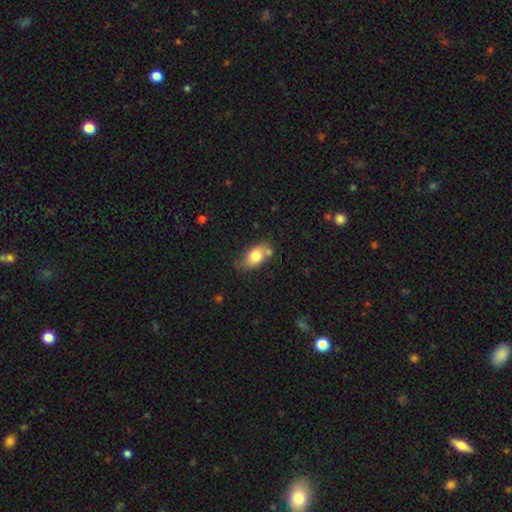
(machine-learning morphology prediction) Smooth or featured? Predicted: smooth (p=0.76). How rounded? Predicted: in between (p=0.88). Merging? Predicted: none (p=0.61).